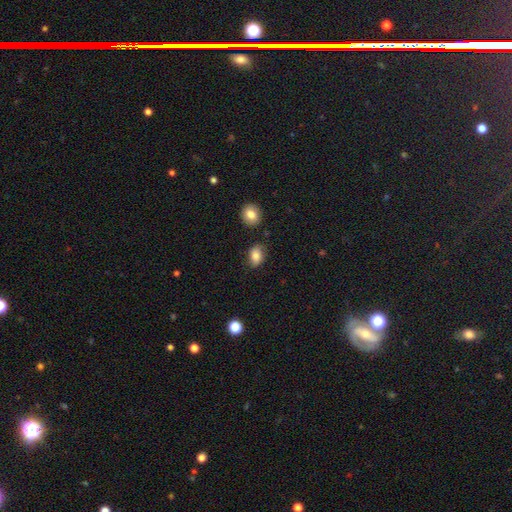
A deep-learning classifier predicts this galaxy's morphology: Overall: smooth (81%). How rounded: in between (79%). Merging: none (74%).